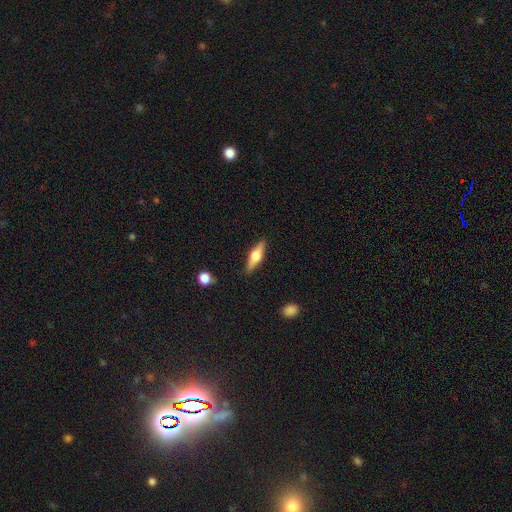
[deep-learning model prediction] smooth_or_featured: featured or disk (p=0.55) [alt: smooth p=0.39]
disk_edge_on: yes (p=0.94) [alt: no p=0.06]
edge_on_bulge: rounded (p=0.93) [alt: boxy p=0.05]
merging: none (p=0.88) [alt: minor disturbance p=0.09]